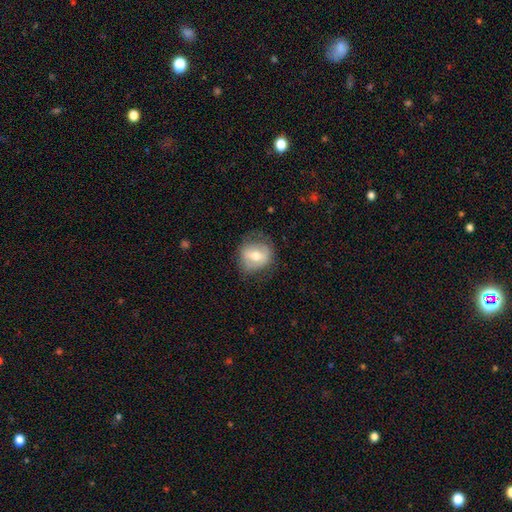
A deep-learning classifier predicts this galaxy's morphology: The model was most divided on "smooth or featured": smooth: 49%, featured or disk: 43%, star or artifact: 8%. More confident: merging — none (70%).